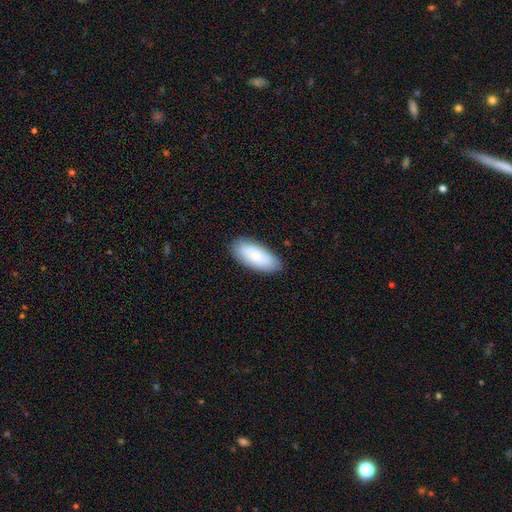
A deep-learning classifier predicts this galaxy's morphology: type=smooth (79%); roundness=in between (88%); merging=none (84%).